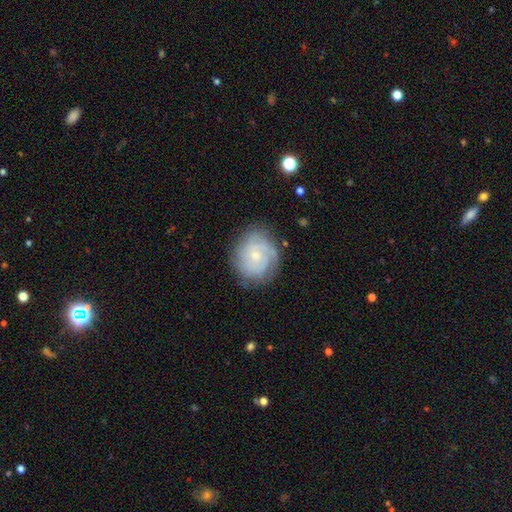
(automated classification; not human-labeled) The model was most divided on "spiral arm count": can't tell: 41%, 2: 20%, 3: 19%, 4: 8%, 1: 6%, more than 4: 5%. More confident: edge-on disk — no (98%); spiral arms — yes (90%); bar — no (76%); merging — none (75%); bulge size — small (73%); smooth or featured — featured or disk (69%); spiral winding — tight (65%).